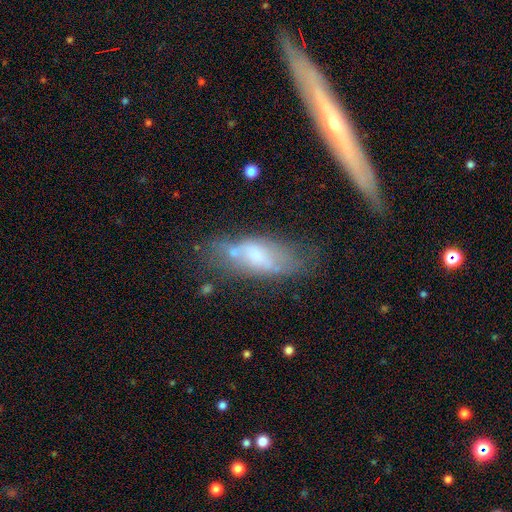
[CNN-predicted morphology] Smooth or featured? smooth (48%)
Merging? none (45%)